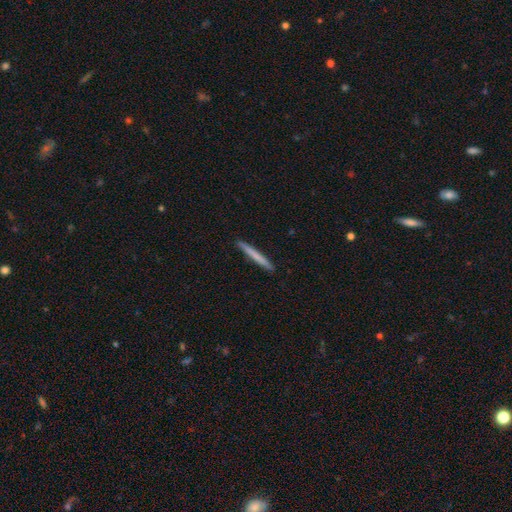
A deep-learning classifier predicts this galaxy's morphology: Smooth or featured: smooth — 69% (featured or disk — 26%)
How rounded: cigar-shaped — 97% (in between — 2%)
Merging: none — 92% (minor disturbance — 6%)